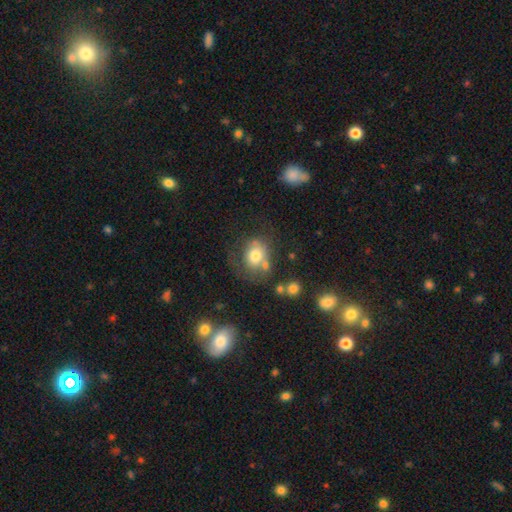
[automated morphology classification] smooth-or-featured: smooth: 71% | featured or disk: 19% | star or artifact: 10%
  how-rounded: round: 60% | in between: 39% | cigar-shaped: 1%
  merging: none: 46% | minor disturbance: 22% | major disturbance: 17% | merger: 14%